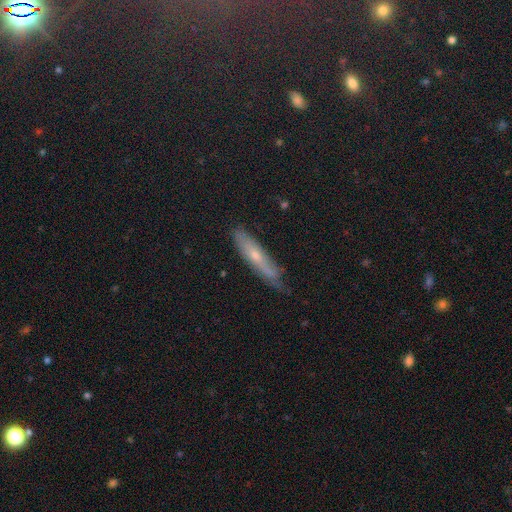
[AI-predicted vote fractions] Overall: featured or disk (46%; smooth 43%). Merging: none (65%; minor disturbance 27%).